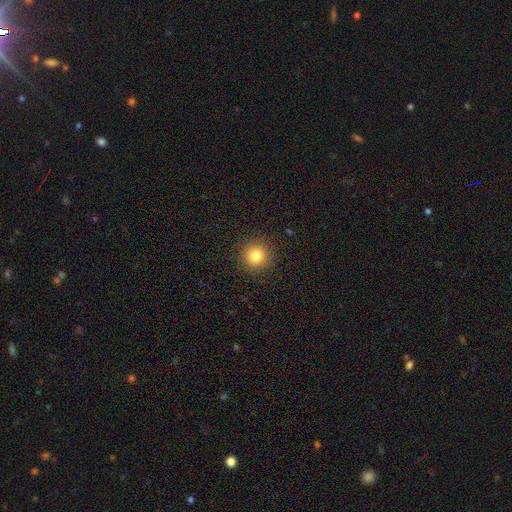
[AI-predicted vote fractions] Smooth or featured: smooth — 81% (star or artifact — 12%)
How rounded: round — 95% (in between — 4%)
Merging: none — 91% (minor disturbance — 6%)